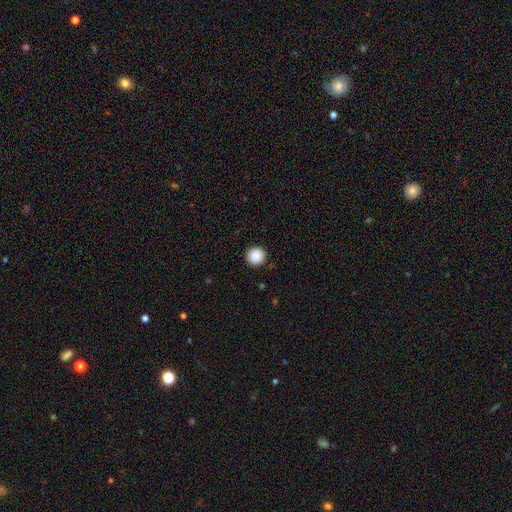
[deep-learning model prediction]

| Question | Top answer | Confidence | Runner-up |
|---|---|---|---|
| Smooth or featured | smooth | 88% | star or artifact (9%) |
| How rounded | round | 95% | in between (4%) |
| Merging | none | 92% | minor disturbance (5%) |